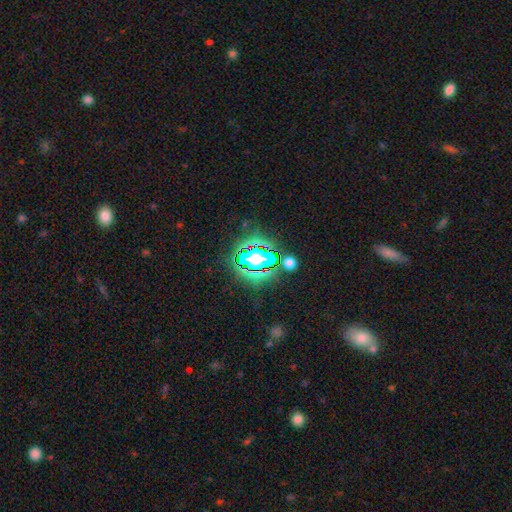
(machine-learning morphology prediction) Q: Smooth or featured?
A: star or artifact (58%); runner-up: smooth (28%)